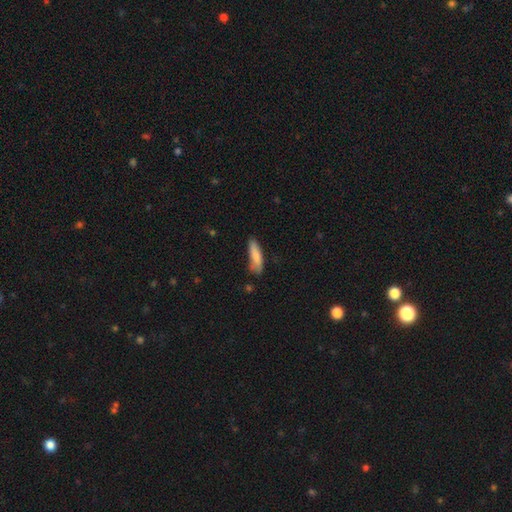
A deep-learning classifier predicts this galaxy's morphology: Q: Smooth or featured?
A: smooth (82%); runner-up: featured or disk (11%)
Q: How rounded?
A: cigar-shaped (70%); runner-up: in between (29%)
Q: Merging?
A: none (65%); runner-up: minor disturbance (26%)